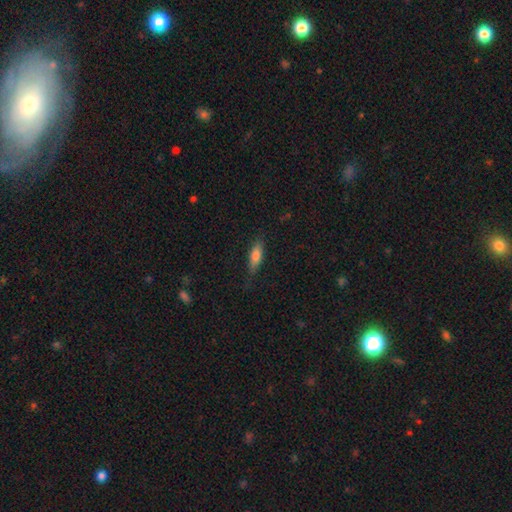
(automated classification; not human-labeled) A smooth galaxy with no disk features (74%) that is in between round and cigar-shaped (53%). Merging: none (79%).